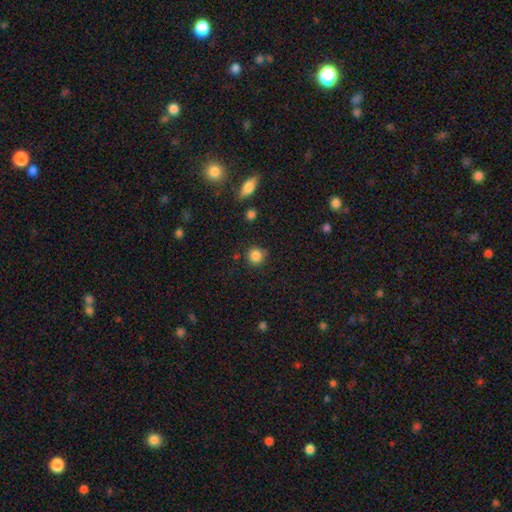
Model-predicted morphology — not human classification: type=smooth (85%); roundness=round (91%); merging=none (83%).